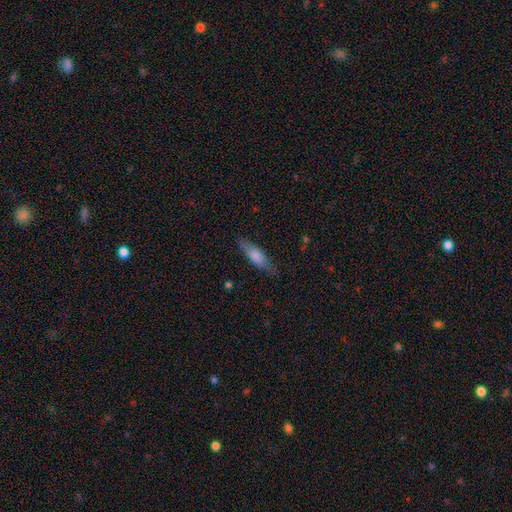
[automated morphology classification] A smooth galaxy with no disk features (72%) that is cigar-shaped (55%).

Vote fractions:
- Smooth or featured? smooth: 72% / featured or disk: 22% / star or artifact: 6%
- How rounded? cigar-shaped: 55% / in between: 44% / round: 2%
- Merging? none: 78% / minor disturbance: 17% / major disturbance: 4% / merger: 1%